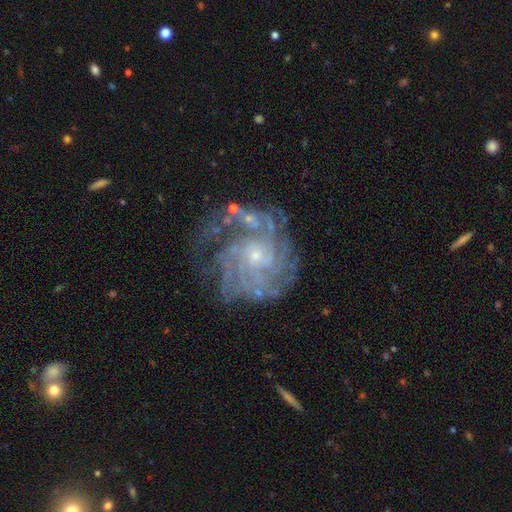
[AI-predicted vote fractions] Q: Smooth or featured?
A: featured or disk (85%); runner-up: star or artifact (9%)
Q: Edge-on disk?
A: no (97%); runner-up: yes (3%)
Q: Bar?
A: no (72%); runner-up: weak (22%)
Q: Spiral arms?
A: yes (96%); runner-up: no (4%)
Q: Spiral winding?
A: tight (70%); runner-up: medium (25%)
Q: Spiral arm count?
A: can't tell (28%); runner-up: 4 (25%)
Q: Bulge size?
A: small (75%); runner-up: moderate (19%)
Q: Merging?
A: none (64%); runner-up: minor disturbance (19%)